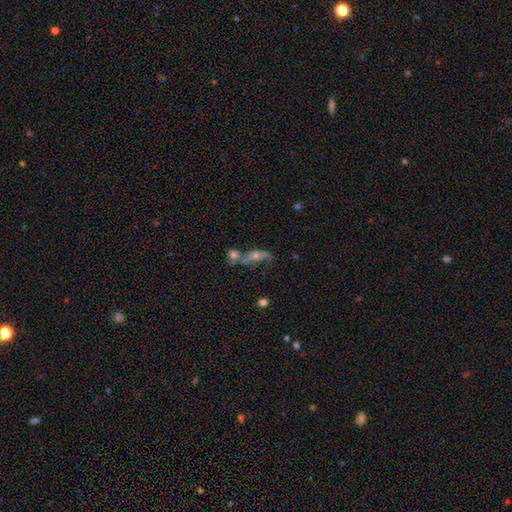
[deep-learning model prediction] Smooth or featured? featured or disk (50%)
Merging? merger (41%)